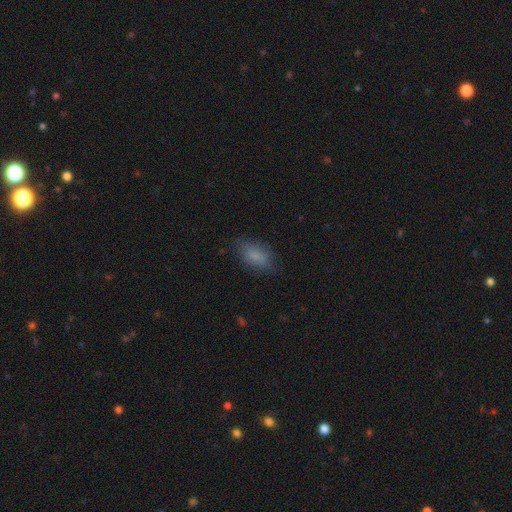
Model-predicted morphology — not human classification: type=smooth (81%); roundness=in between (87%); merging=none (73%).